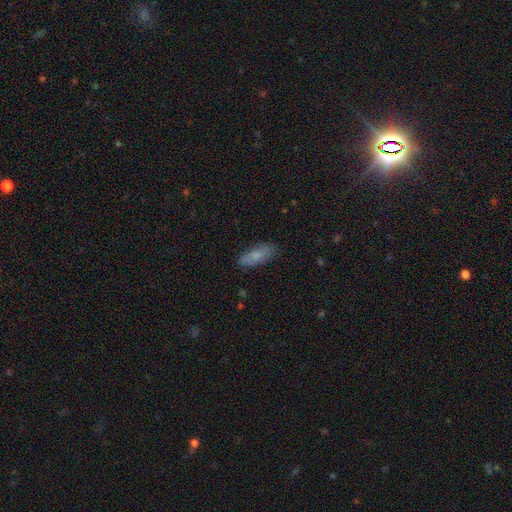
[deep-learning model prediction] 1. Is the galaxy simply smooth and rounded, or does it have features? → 77% smooth, 16% featured or disk, 7% star or artifact.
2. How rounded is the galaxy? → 67% in between, 31% cigar-shaped, 2% round.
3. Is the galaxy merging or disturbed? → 78% none, 16% minor disturbance, 4% major disturbance, 2% merger.